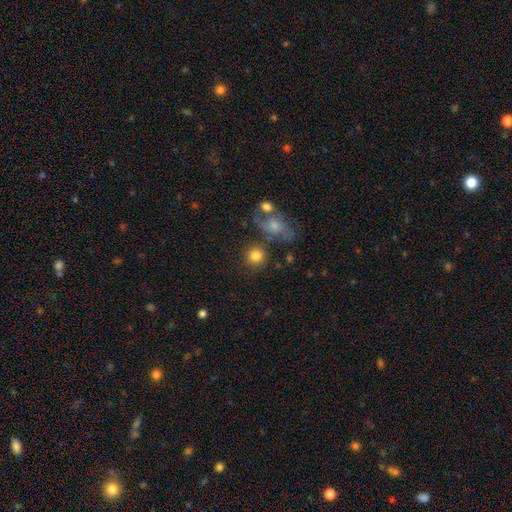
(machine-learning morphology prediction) smooth-or-featured: smooth: 82% | featured or disk: 9% | star or artifact: 9%
  how-rounded: round: 89% | in between: 10% | cigar-shaped: 1%
  merging: none: 69% | merger: 14% | minor disturbance: 11% | major disturbance: 6%